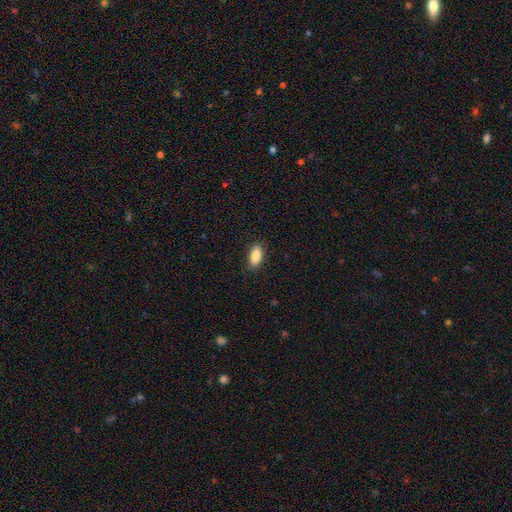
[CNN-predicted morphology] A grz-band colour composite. It shows a smooth galaxy with no disk features (87%) that is in between round and cigar-shaped (85%). Merging: none (88%).